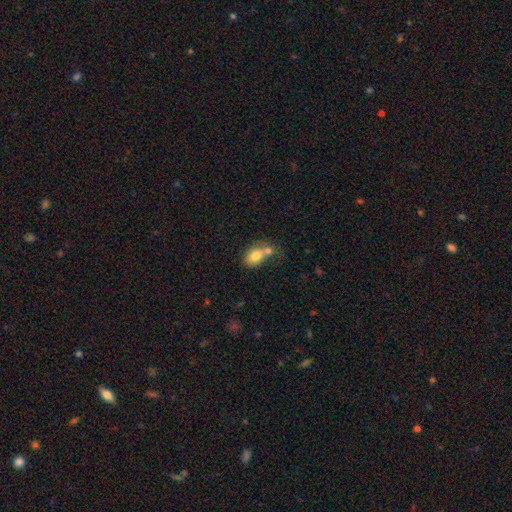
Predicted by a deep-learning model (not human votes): Smooth or featured? Predicted: smooth (p=0.77). How rounded? Predicted: in between (p=0.81). Merging? Predicted: merger (p=0.52).